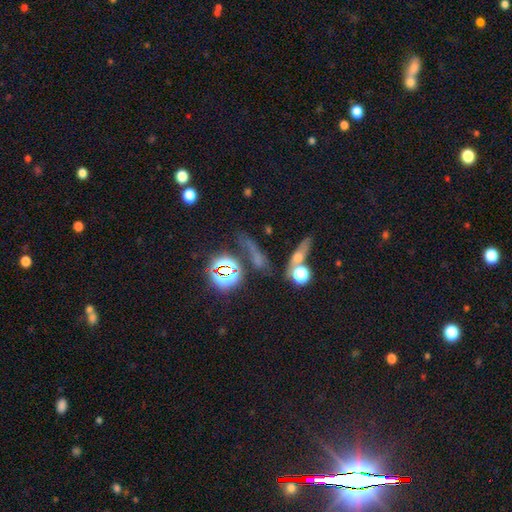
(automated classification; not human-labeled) star or artifact 47%, smooth 31%, featured or disk 22%.